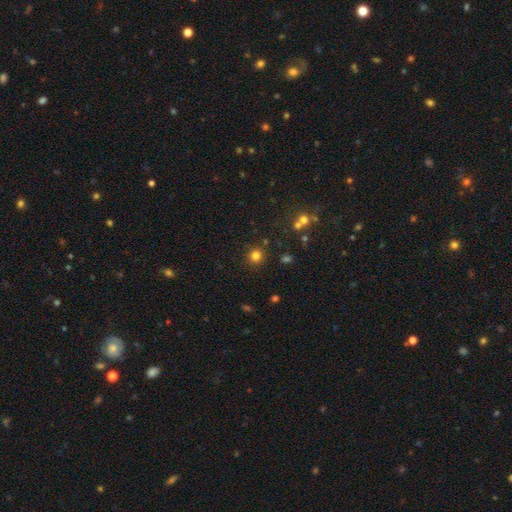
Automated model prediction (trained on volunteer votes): A smooth galaxy with no disk features (79%) that is round (91%).

Vote fractions:
- Smooth or featured? smooth: 79% / star or artifact: 15% / featured or disk: 6%
- How rounded? round: 91% / in between: 8% / cigar-shaped: 1%
- Merging? none: 88% / minor disturbance: 7% / merger: 3% / major disturbance: 3%